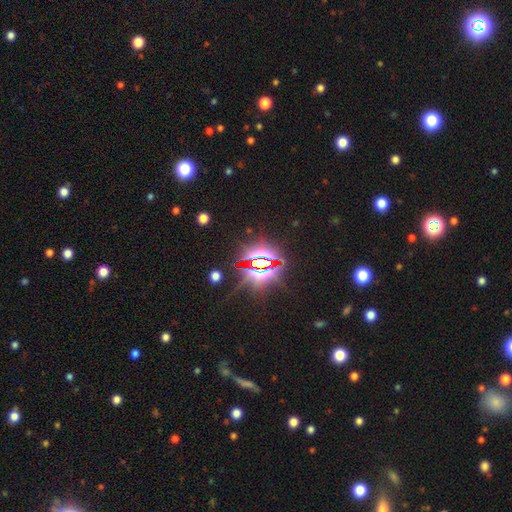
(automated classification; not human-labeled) Morphology: type=star or artifact (83%).